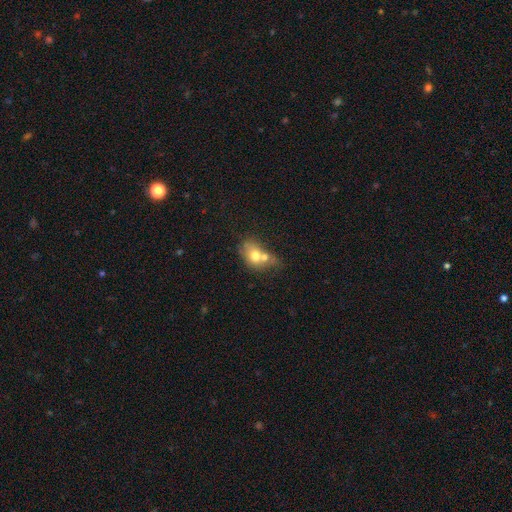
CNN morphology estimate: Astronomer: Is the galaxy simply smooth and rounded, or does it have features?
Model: smooth — 65%.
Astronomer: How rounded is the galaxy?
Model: in between — 62% (runner-up: round, 37%).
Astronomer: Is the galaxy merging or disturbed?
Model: merger — 58%.